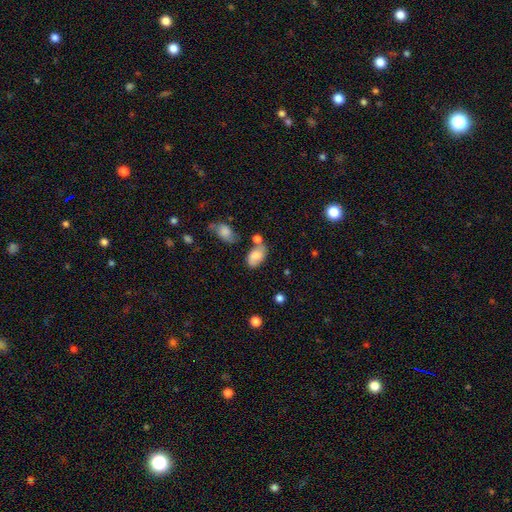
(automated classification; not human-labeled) Smooth or featured? Predicted: smooth (p=0.70). How rounded? Predicted: in between (p=0.90). Merging? Predicted: none (p=0.53).